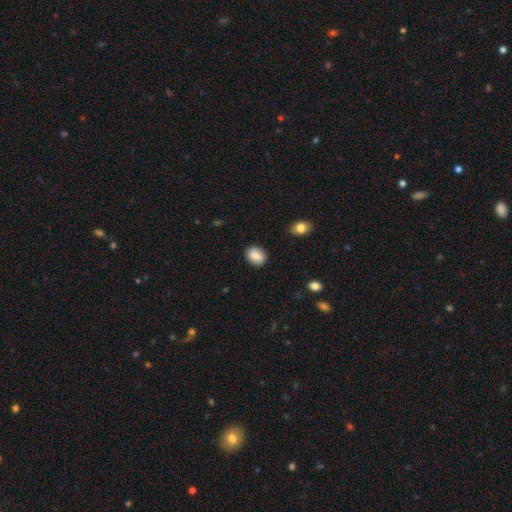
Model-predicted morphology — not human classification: This appears to be a smooth galaxy with no disk features (82%) that is in between round and cigar-shaped (56%). Merging: none (87%).